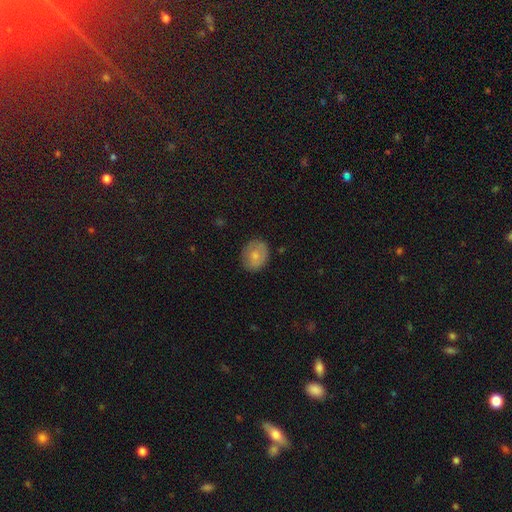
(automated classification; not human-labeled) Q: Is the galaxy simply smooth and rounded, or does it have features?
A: smooth — 69%.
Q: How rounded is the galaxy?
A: round — 54%.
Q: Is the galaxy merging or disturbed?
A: none — 80%.